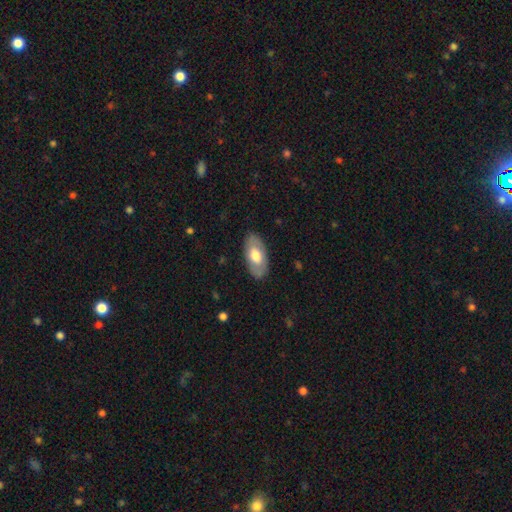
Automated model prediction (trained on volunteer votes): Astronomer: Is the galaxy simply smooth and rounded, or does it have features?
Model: smooth — 61%.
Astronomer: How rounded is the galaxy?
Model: in between — 93%.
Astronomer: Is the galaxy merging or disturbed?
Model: none — 84%.